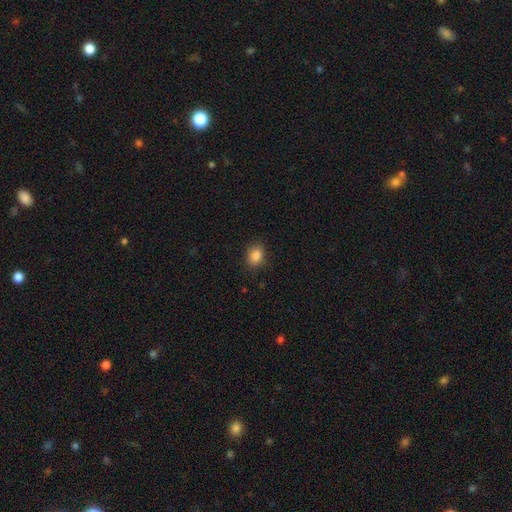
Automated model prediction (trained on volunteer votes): The model was most divided on "how rounded": in between: 64%, round: 35%, cigar-shaped: 1%. More confident: smooth or featured — smooth (86%); merging — none (84%).